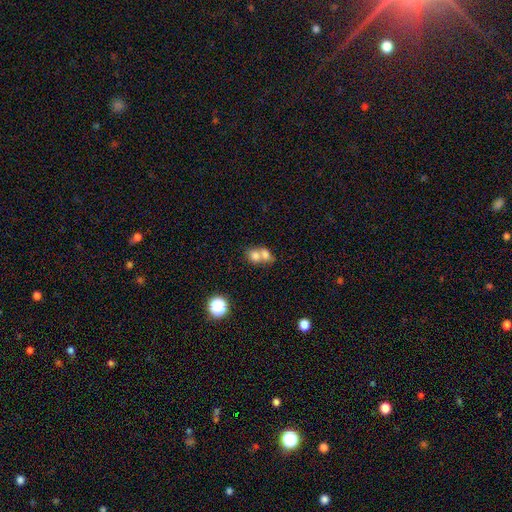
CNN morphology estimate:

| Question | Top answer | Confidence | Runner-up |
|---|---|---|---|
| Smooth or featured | smooth | 72% | featured or disk (16%) |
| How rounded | round | 52% | in between (47%) |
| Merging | merger | 67% | none (23%) |